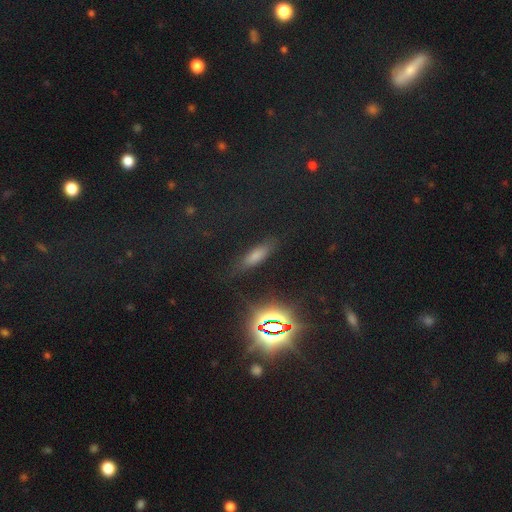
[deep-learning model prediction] This appears to be a smooth galaxy with no disk features (60%) that is cigar-shaped (51%). Merging: none (79%).